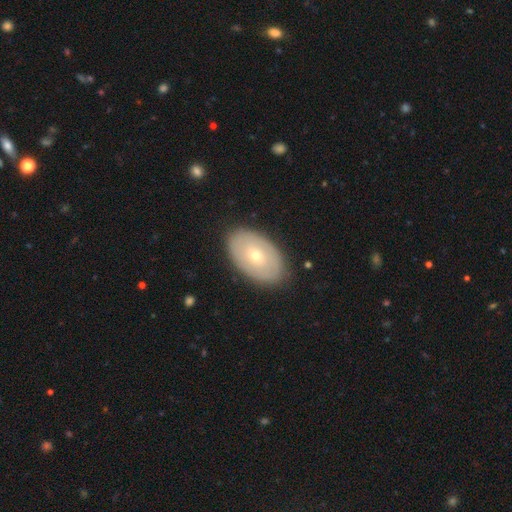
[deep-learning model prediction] A smooth galaxy with no disk features (49%). Merging: none (86%).